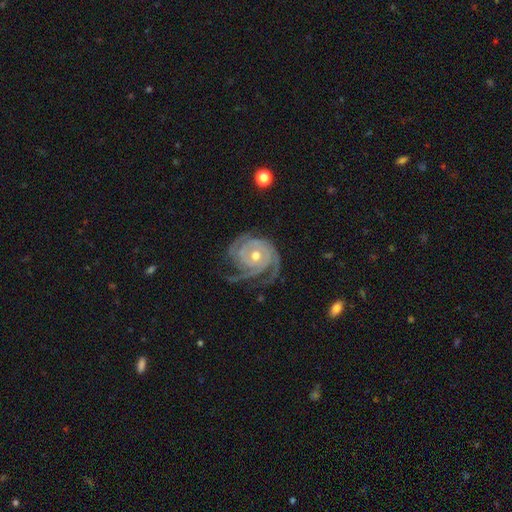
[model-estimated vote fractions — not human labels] Smooth or featured: featured or disk — 92% (smooth — 4%)
Edge-on disk: no — 98% (yes — 2%)
Bar: no — 72% (weak — 21%)
Spiral arms: yes — 98% (no — 2%)
Spiral winding: tight — 76% (medium — 20%)
Spiral arm count: 3 — 41% (2 — 20%)
Bulge size: moderate — 63% (small — 33%)
Merging: none — 66% (minor disturbance — 20%)